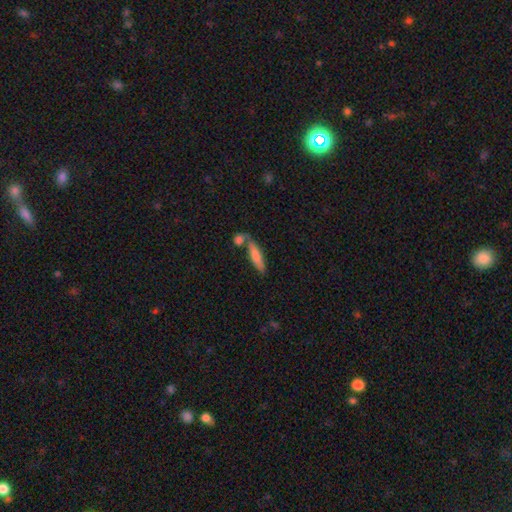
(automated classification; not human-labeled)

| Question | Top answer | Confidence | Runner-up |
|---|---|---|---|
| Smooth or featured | smooth | 74% | featured or disk (20%) |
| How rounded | cigar-shaped | 74% | in between (24%) |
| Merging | none | 56% | merger (27%) |